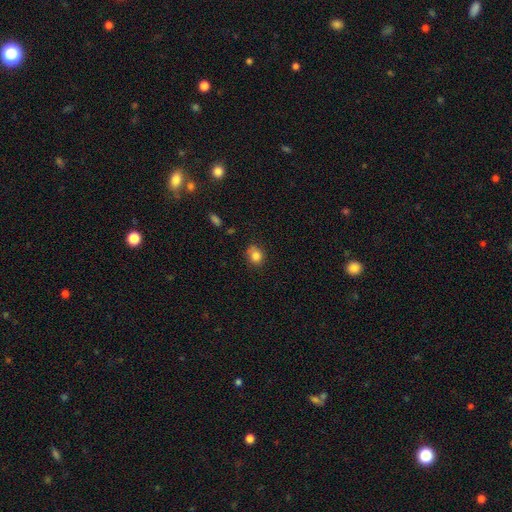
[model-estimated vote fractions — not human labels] smooth 83%, star or artifact 10%, featured or disk 7%. Down the decision tree: how rounded — round (60%); merging — none (69%).